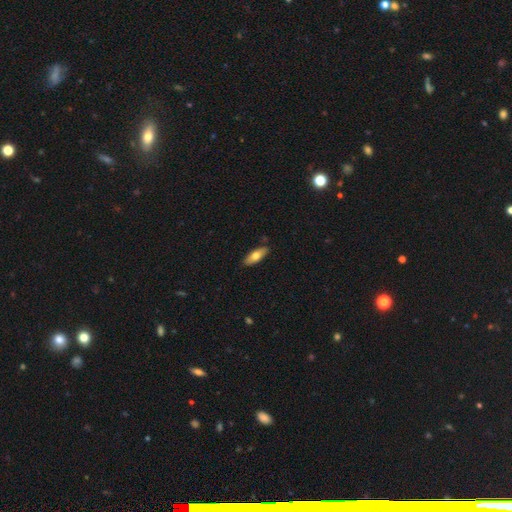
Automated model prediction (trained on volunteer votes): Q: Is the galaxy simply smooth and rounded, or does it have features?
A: smooth — 67%.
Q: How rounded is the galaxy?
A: in between — 63%.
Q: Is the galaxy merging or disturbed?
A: none — 86%.